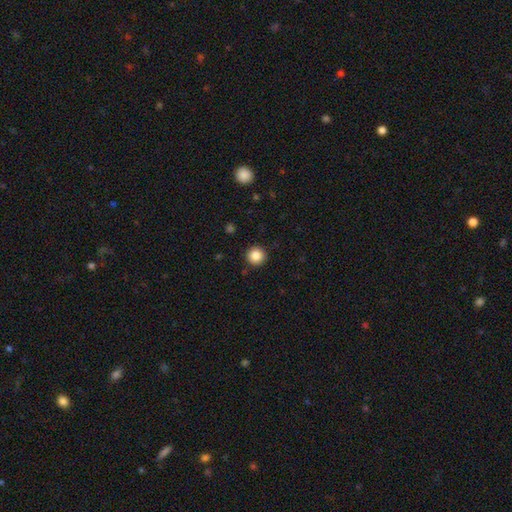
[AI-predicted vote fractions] Smooth or featured? smooth (86%)
How rounded? round (96%)
Merging? none (92%)